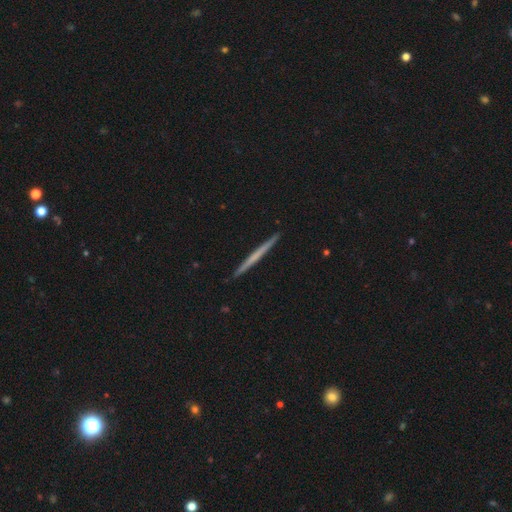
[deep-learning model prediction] featured or disk 54%, smooth 41%, star or artifact 5%. Down the decision tree: edge-on disk — yes (98%); edge-on bulge — none (88%); merging — none (93%).